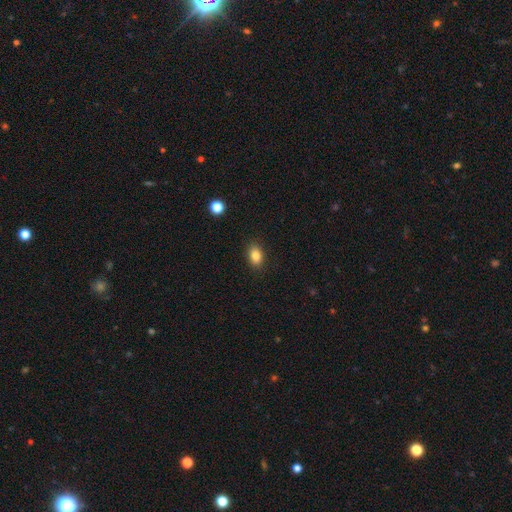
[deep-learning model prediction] A smooth galaxy with no disk features (84%) that is in between round and cigar-shaped (81%). Merging: none (88%).